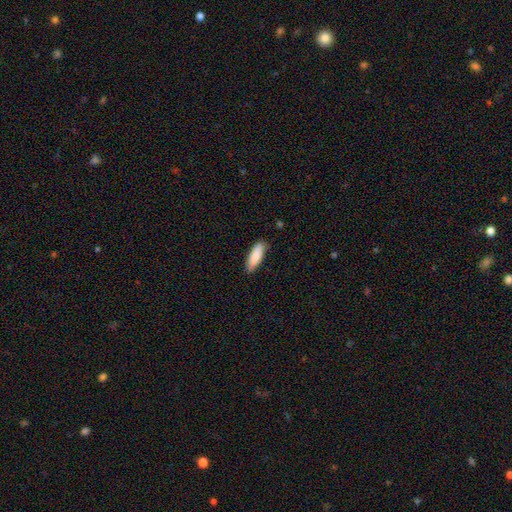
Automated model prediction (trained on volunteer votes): Overall: smooth (87%). How rounded: in between (51%; cigar-shaped 47%). Merging: none (82%).